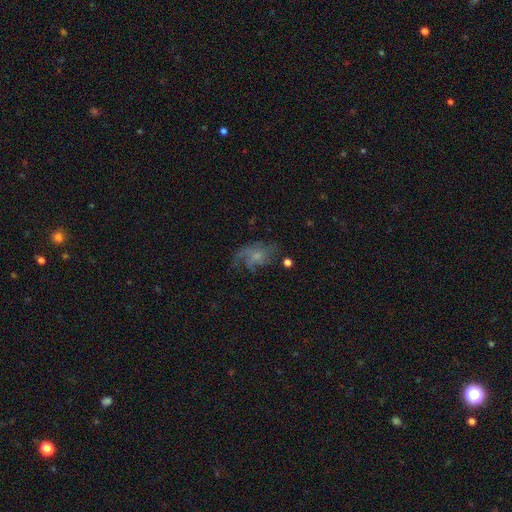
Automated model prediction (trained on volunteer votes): A featured or disk galaxy (61%) with no bar (77%), spiral arms (76%) and a small central bulge (53%). Merging: none (46%).